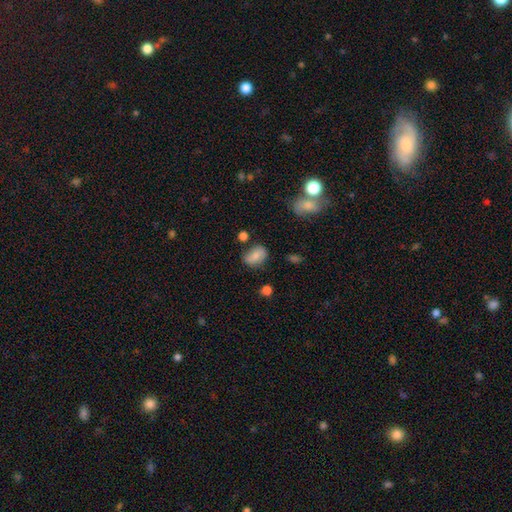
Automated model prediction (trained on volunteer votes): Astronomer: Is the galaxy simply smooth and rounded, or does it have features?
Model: smooth — 73%.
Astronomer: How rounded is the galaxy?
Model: in between — 74%.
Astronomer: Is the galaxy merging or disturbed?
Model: none — 67%.